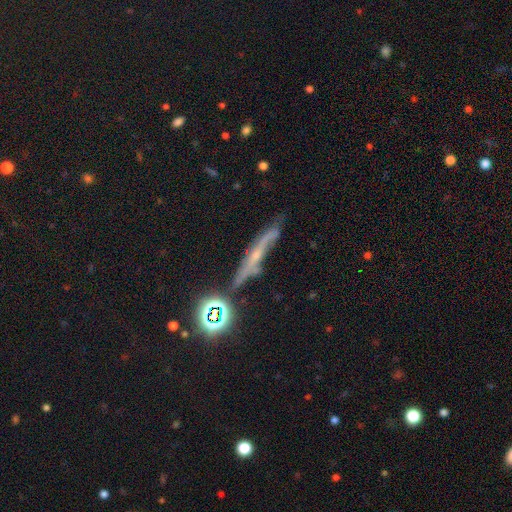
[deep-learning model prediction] featured or disk 50%, star or artifact 26%, smooth 24%. Down the decision tree: edge-on disk — yes (78%); merging — none (66%).